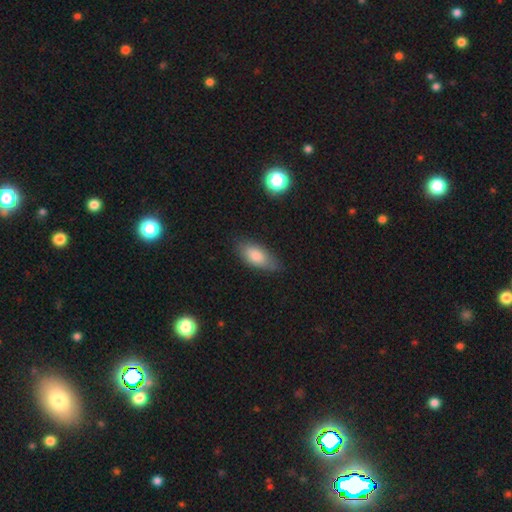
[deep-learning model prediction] The model was most divided on "merging": none: 74%, minor disturbance: 20%, major disturbance: 4%, merger: 1%. More confident: how rounded — in between (86%); smooth or featured — smooth (80%).